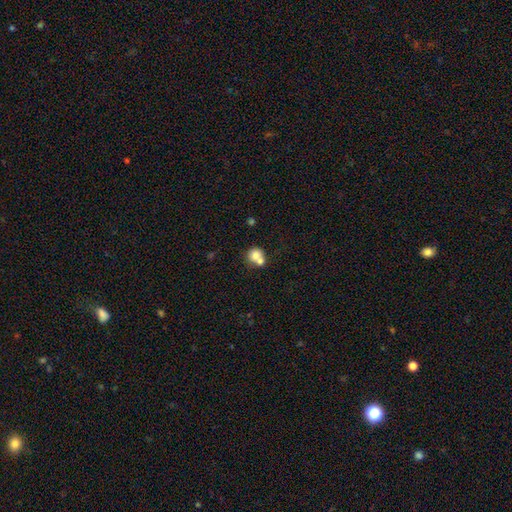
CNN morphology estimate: A smooth galaxy with no disk features (75%) that is round (82%).

Vote fractions:
- Smooth or featured? smooth: 75% / featured or disk: 15% / star or artifact: 10%
- How rounded? round: 82% / in between: 17% / cigar-shaped: 1%
- Merging? merger: 50% / none: 38% / minor disturbance: 8% / major disturbance: 4%